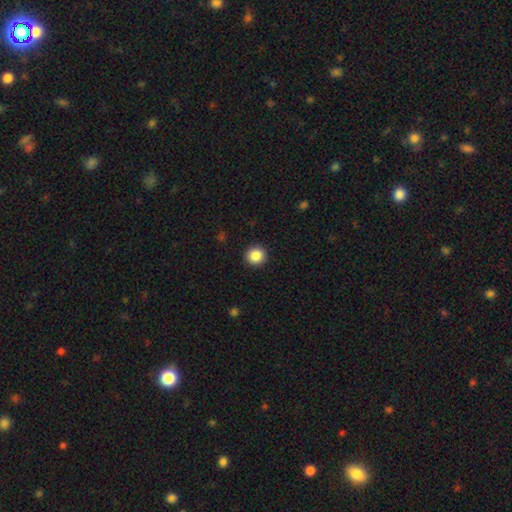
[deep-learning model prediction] The model was most divided on "smooth or featured": smooth: 87%, star or artifact: 9%, featured or disk: 4%. More confident: how rounded — round (94%); merging — none (93%).